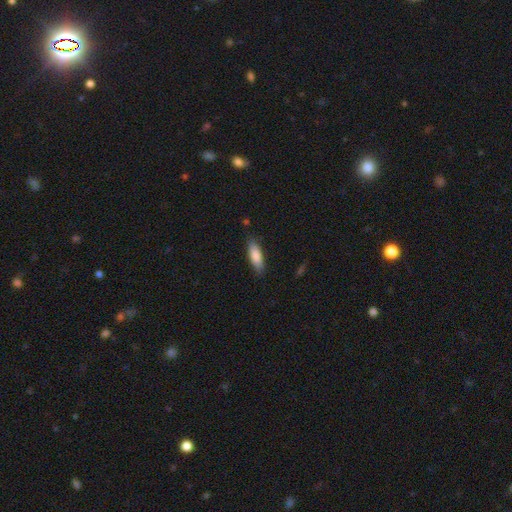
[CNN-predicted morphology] Smooth or featured: smooth — 83% (featured or disk — 11%)
How rounded: in between — 54% (cigar-shaped — 44%)
Merging: none — 83% (minor disturbance — 13%)